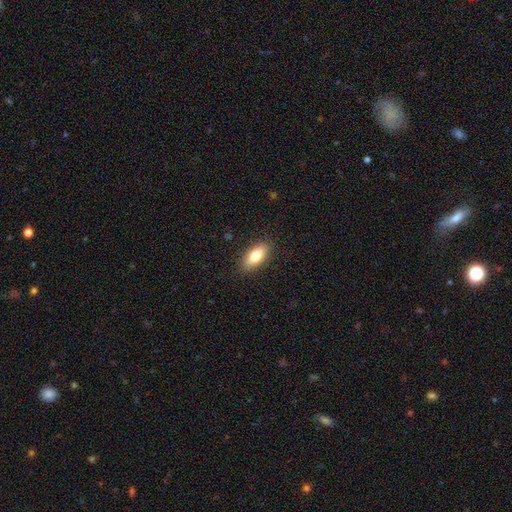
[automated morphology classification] smooth_or_featured: smooth (p=0.79) [alt: featured or disk p=0.14]
how_rounded: in between (p=0.81) [alt: cigar-shaped p=0.15]
merging: none (p=0.87) [alt: minor disturbance p=0.10]